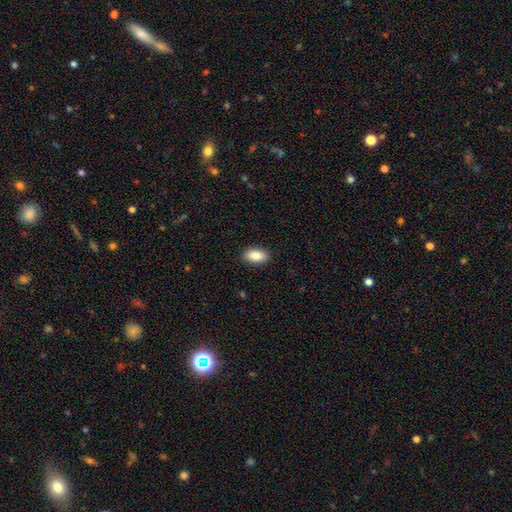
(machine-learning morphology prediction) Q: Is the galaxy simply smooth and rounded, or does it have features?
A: smooth — 88%.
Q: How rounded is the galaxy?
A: in between — 94%.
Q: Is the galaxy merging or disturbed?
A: none — 90%.